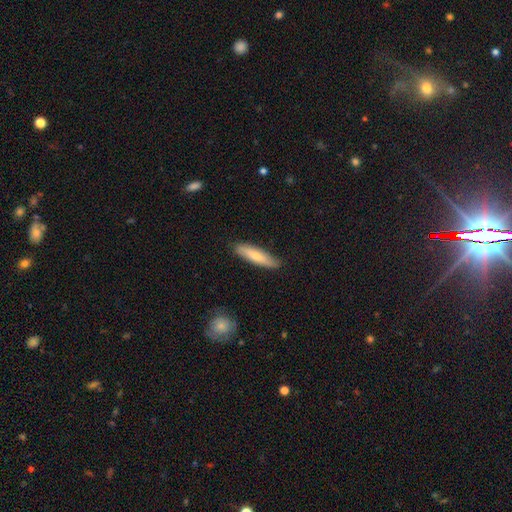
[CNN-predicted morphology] Smooth or featured?
  - smooth: 71% *
  - featured or disk: 23%
  - star or artifact: 6%
How rounded?
  - cigar-shaped: 74% *
  - in between: 25%
  - round: 2%
Merging?
  - none: 84% *
  - minor disturbance: 13%
  - major disturbance: 2%
  - merger: 1%